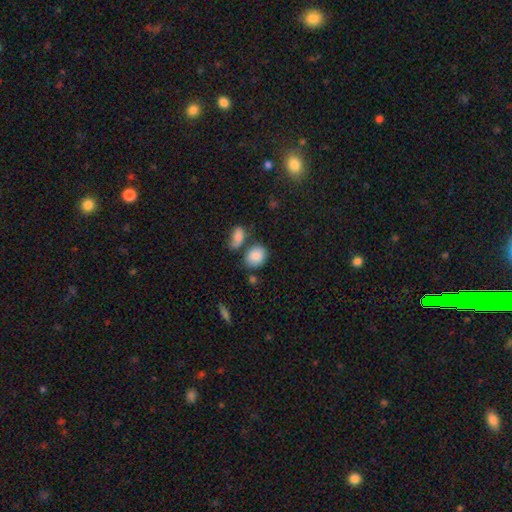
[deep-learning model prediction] Smooth or featured?
  - smooth: 84% *
  - star or artifact: 8%
  - featured or disk: 8%
How rounded?
  - in between: 64% *
  - round: 34%
  - cigar-shaped: 1%
Merging?
  - none: 60% *
  - merger: 20%
  - minor disturbance: 14%
  - major disturbance: 5%